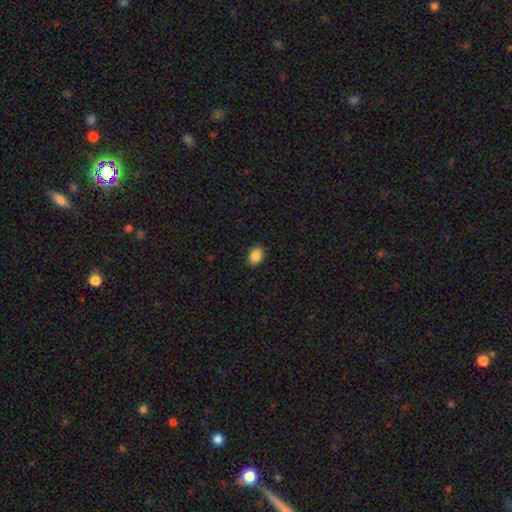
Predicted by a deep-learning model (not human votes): The model was most divided on "how rounded": in between: 61%, round: 38%, cigar-shaped: 1%. More confident: merging — none (88%); smooth or featured — smooth (88%).